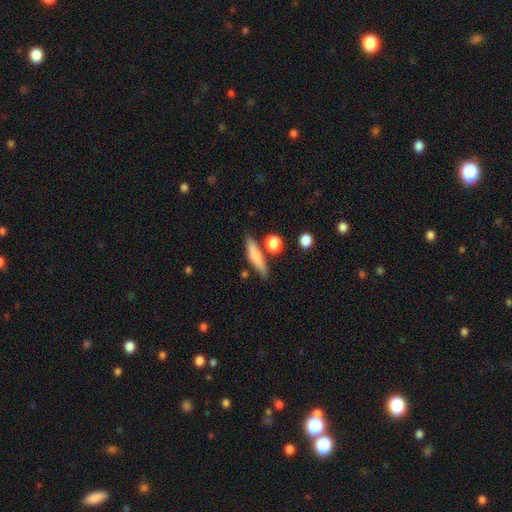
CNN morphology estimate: smooth 74%, featured or disk 20%, star or artifact 7%. Down the decision tree: how rounded — cigar-shaped (76%); merging — none (75%).